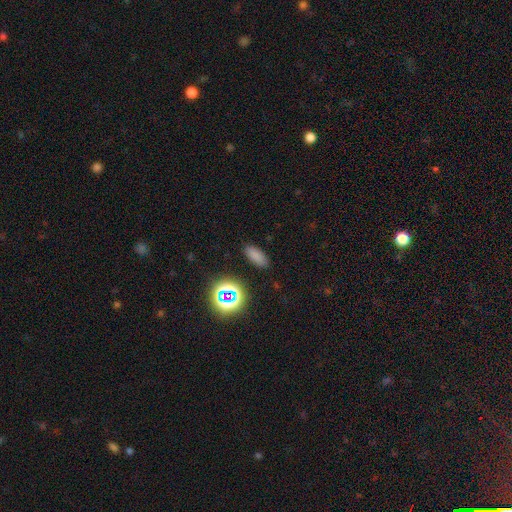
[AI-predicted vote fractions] Overall: smooth (74%). How rounded: in between (80%). Merging: none (86%).